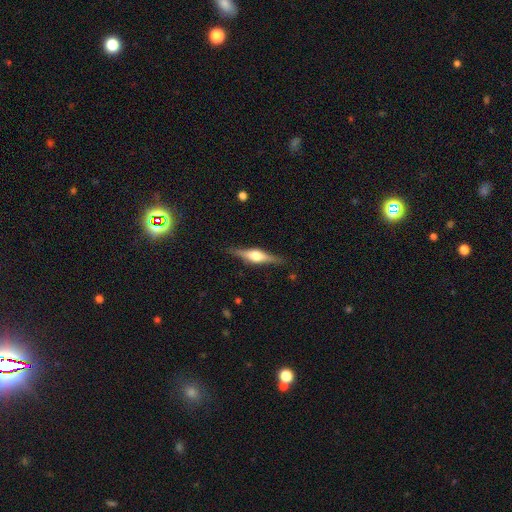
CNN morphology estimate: smooth_or_featured: featured or disk (p=0.73) [alt: smooth p=0.21]
disk_edge_on: yes (p=0.97) [alt: no p=0.03]
edge_on_bulge: rounded (p=0.91) [alt: boxy p=0.07]
merging: none (p=0.87) [alt: minor disturbance p=0.10]